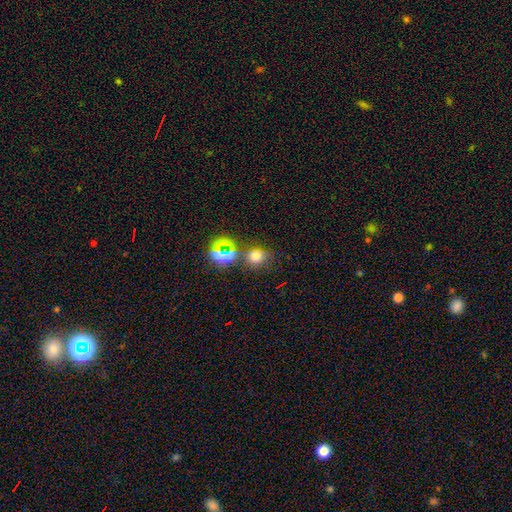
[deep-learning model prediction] Smooth or featured?
  - smooth: 64% *
  - star or artifact: 27%
  - featured or disk: 8%
How rounded?
  - round: 67% *
  - in between: 31%
  - cigar-shaped: 1%
Merging?
  - none: 69% *
  - minor disturbance: 14%
  - merger: 11%
  - major disturbance: 6%